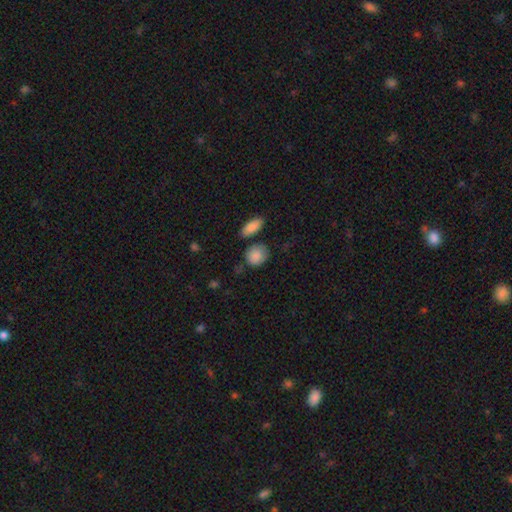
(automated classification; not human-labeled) smooth_or_featured: smooth (p=0.86) [alt: star or artifact p=0.07]
how_rounded: round (p=0.63) [alt: in between p=0.35]
merging: none (p=0.67) [alt: minor disturbance p=0.20]